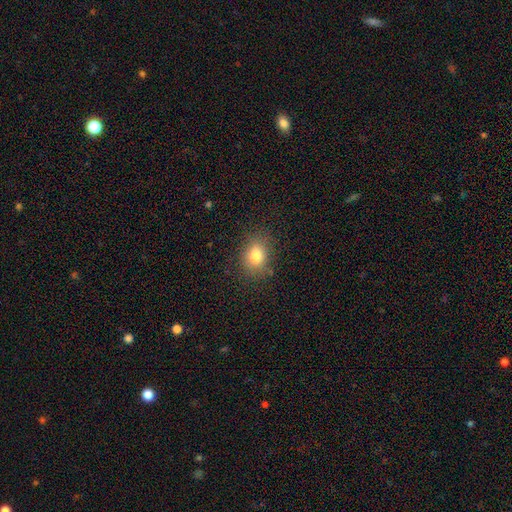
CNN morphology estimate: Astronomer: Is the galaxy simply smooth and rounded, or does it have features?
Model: smooth — 79%.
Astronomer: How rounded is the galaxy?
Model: in between — 60% (runner-up: round, 39%).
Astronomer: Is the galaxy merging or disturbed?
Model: none — 81%.